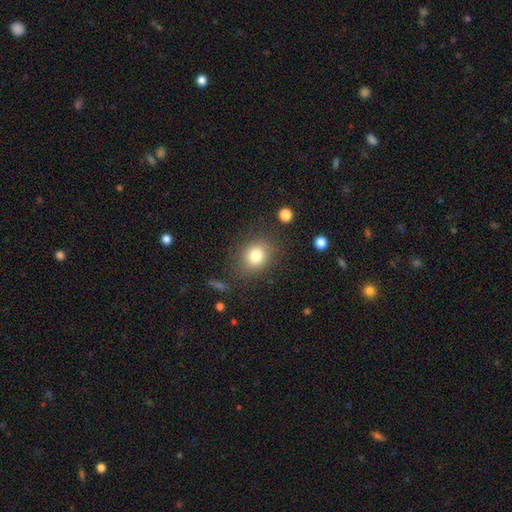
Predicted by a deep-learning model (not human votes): This appears to be a smooth galaxy with no disk features (80%) that is round (66%). Merging: none (79%).